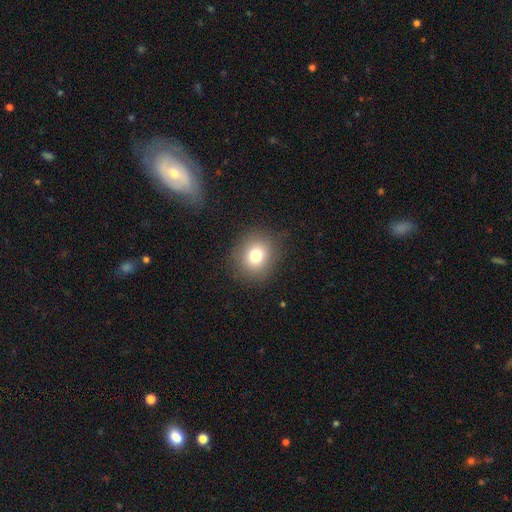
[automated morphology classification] This appears to be a smooth galaxy with no disk features (77%) that is round (78%). Merging: none (85%).